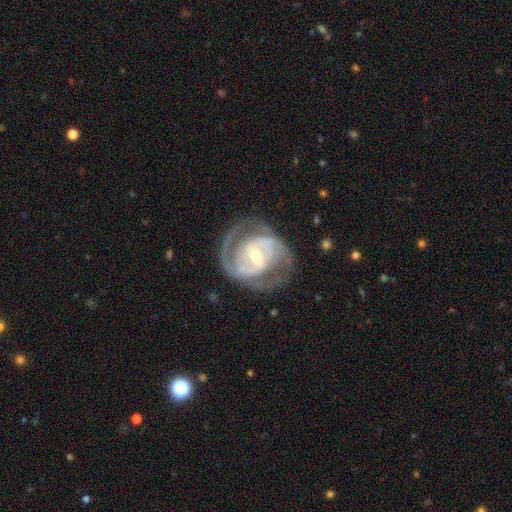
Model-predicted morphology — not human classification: This is clearly a featured or disk galaxy (90%). It is clearly not viewed edge-on (97%). Bar: possibly weak (46%). Spiral arm pattern: clearly yes (96%). Spiral arm count: likely 2 (76%). Spiral winding: possibly tight (48%). Central bulge: possibly moderate (51%). Merging: likely none (73%).